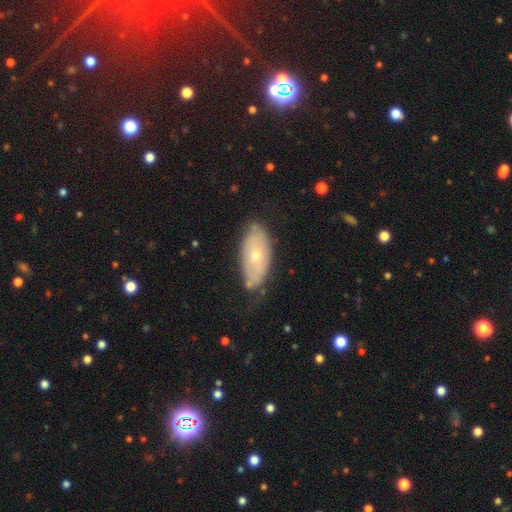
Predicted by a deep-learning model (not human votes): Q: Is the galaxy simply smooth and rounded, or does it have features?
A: featured or disk — 48%.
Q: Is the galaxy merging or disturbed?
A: none — 68%.